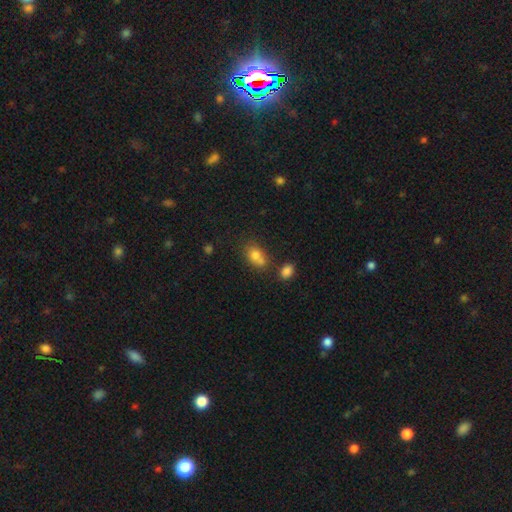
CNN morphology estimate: The model was most divided on "merging": none: 43%, merger: 34%, minor disturbance: 17%, major disturbance: 7%. More confident: smooth or featured — smooth (77%); how rounded — in between (72%).